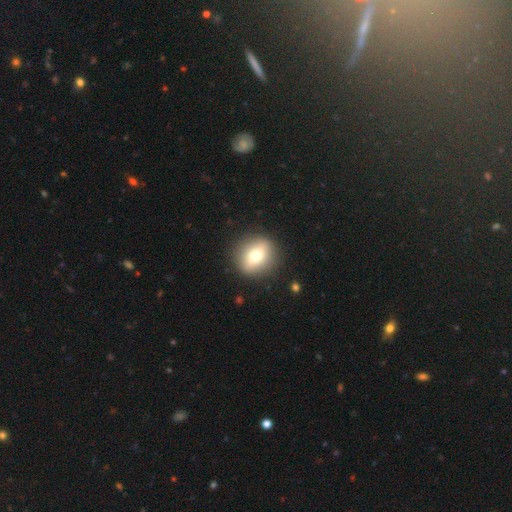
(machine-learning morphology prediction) This appears to be a smooth galaxy with no disk features (71%) that is round (75%). Merging: none (88%).